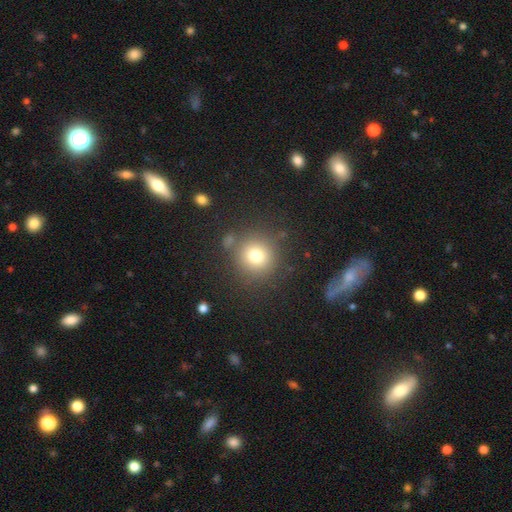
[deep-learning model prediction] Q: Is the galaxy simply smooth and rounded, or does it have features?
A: smooth — 76%.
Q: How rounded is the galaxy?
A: round — 93%.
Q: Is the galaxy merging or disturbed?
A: none — 82%.